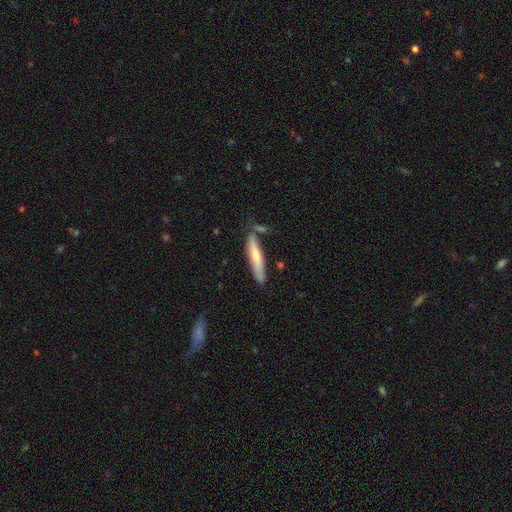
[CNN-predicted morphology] Q: Smooth or featured?
A: smooth (65%); runner-up: featured or disk (30%)
Q: How rounded?
A: cigar-shaped (86%); runner-up: in between (12%)
Q: Merging?
A: none (67%); runner-up: minor disturbance (19%)